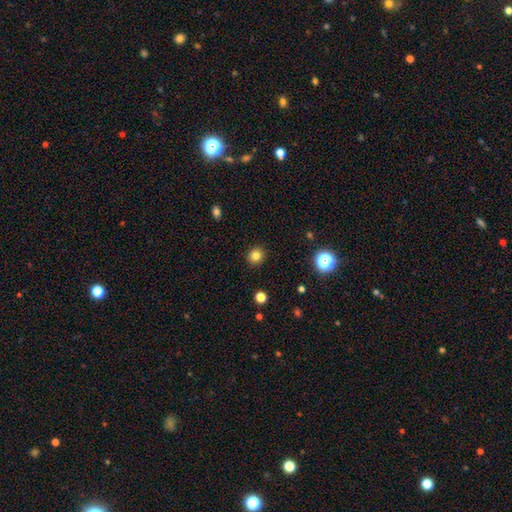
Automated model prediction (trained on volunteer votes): smooth 81%, star or artifact 13%, featured or disk 6%. Down the decision tree: how rounded — round (89%); merging — none (92%).